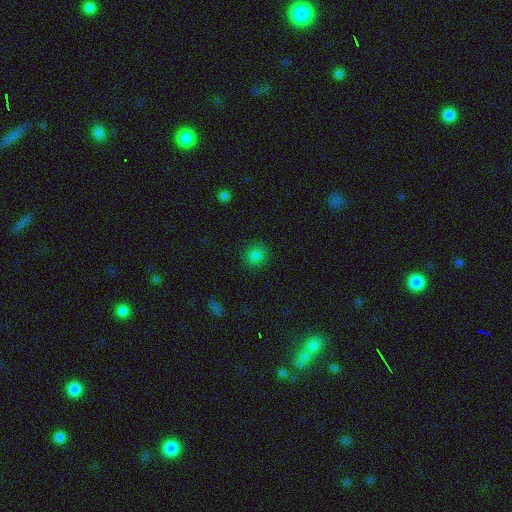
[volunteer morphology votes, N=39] Overall: smooth (87%). How rounded: round (85%). Merging: none (89%).